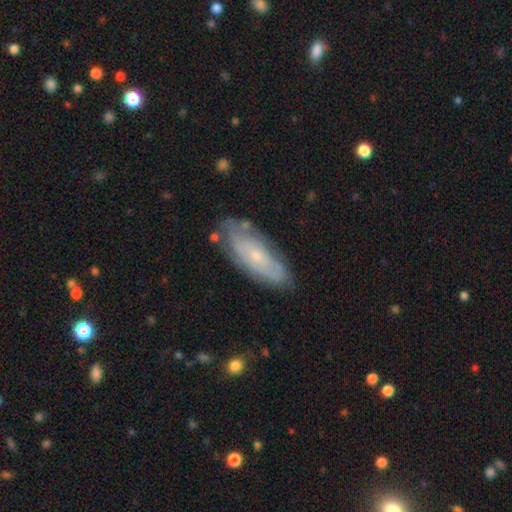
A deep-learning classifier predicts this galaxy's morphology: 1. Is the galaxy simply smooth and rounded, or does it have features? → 56% featured or disk, 37% smooth, 7% star or artifact.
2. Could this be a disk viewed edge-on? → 82% no, 18% yes.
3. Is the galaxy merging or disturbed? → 73% none, 20% minor disturbance, 5% major disturbance, 2% merger.